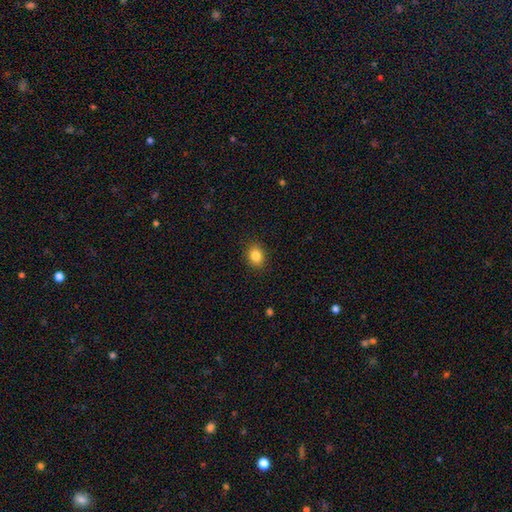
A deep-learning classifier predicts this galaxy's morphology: A smooth galaxy with no disk features (85%) that is round (56%). Merging: none (90%).